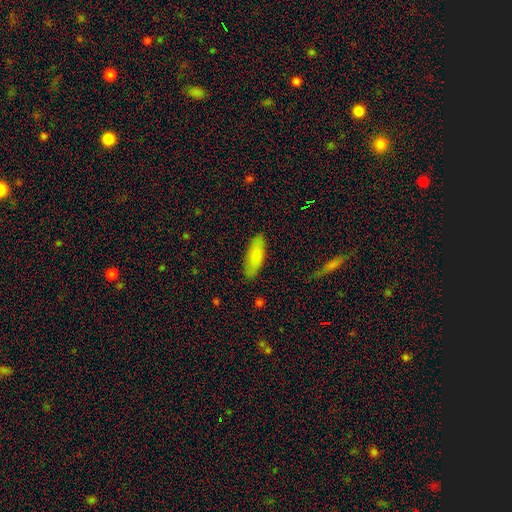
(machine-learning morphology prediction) smooth 84%, featured or disk 10%, star or artifact 6%. Down the decision tree: how rounded — in between (60%); merging — none (86%).